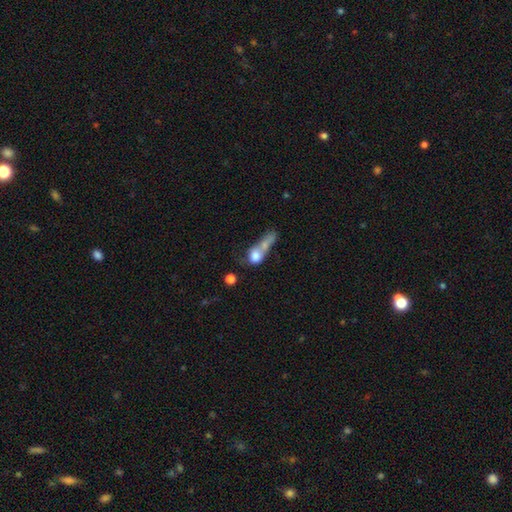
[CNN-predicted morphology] This appears to be a smooth galaxy with no disk features (67%) that is round (43%). Merging: merger (58%).